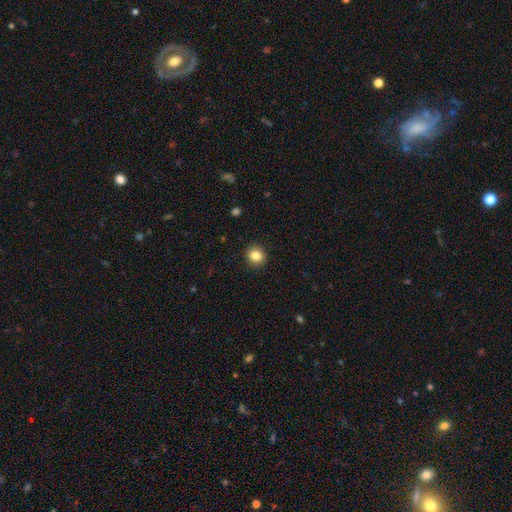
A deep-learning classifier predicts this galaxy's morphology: smooth-or-featured: smooth: 85% | star or artifact: 10% | featured or disk: 5%
  how-rounded: round: 80% | in between: 19% | cigar-shaped: 1%
  merging: none: 91% | minor disturbance: 6% | major disturbance: 2% | merger: 1%